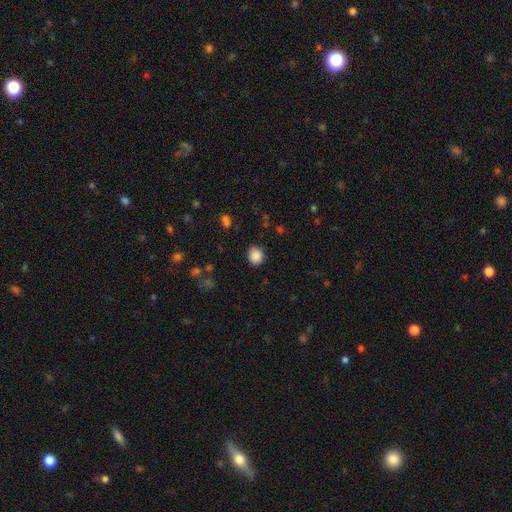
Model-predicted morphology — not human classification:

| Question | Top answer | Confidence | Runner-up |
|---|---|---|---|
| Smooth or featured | smooth | 87% | star or artifact (9%) |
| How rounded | round | 80% | in between (19%) |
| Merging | none | 86% | minor disturbance (10%) |